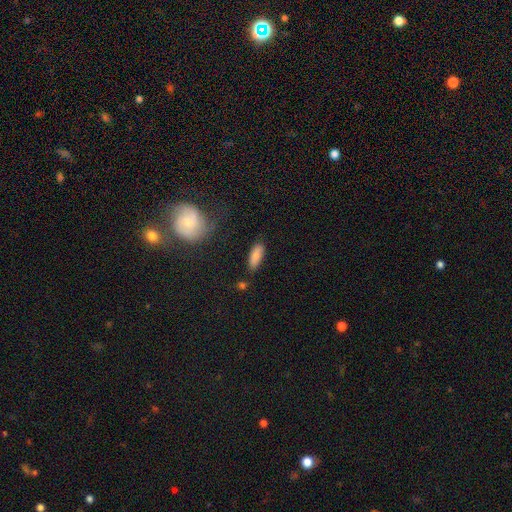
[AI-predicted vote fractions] This appears to be a smooth galaxy with no disk features (84%) that is in between round and cigar-shaped (71%). Merging: none (76%).